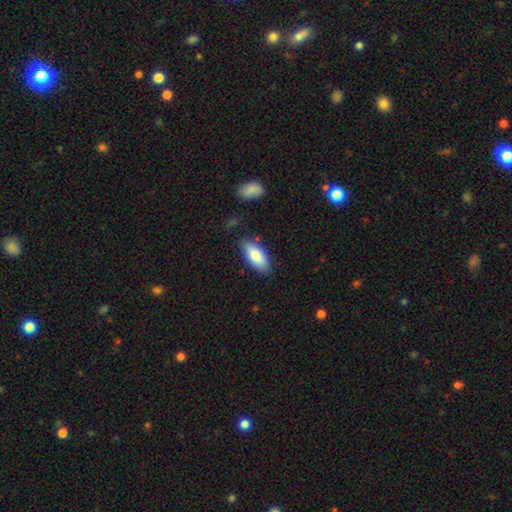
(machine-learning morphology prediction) Q: Smooth or featured?
A: smooth (83%); runner-up: featured or disk (11%)
Q: How rounded?
A: in between (86%); runner-up: cigar-shaped (12%)
Q: Merging?
A: none (79%); runner-up: minor disturbance (15%)